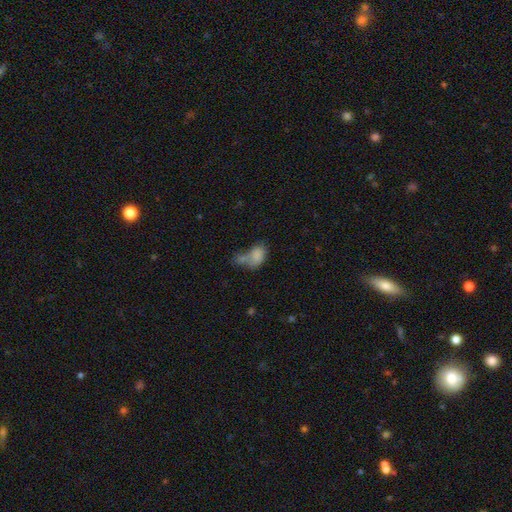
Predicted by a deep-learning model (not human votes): This appears to be a smooth galaxy with no disk features (77%) that is in between round and cigar-shaped (86%). Merging: merger (49%).